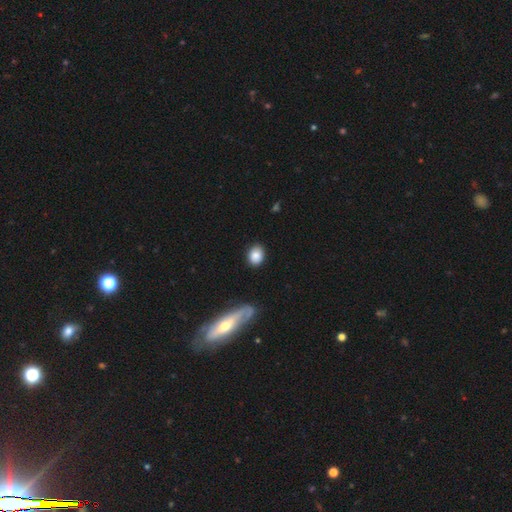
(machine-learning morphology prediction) Smooth or featured: smooth — 85% (star or artifact — 8%)
How rounded: in between — 51% (round — 47%)
Merging: none — 85% (minor disturbance — 10%)